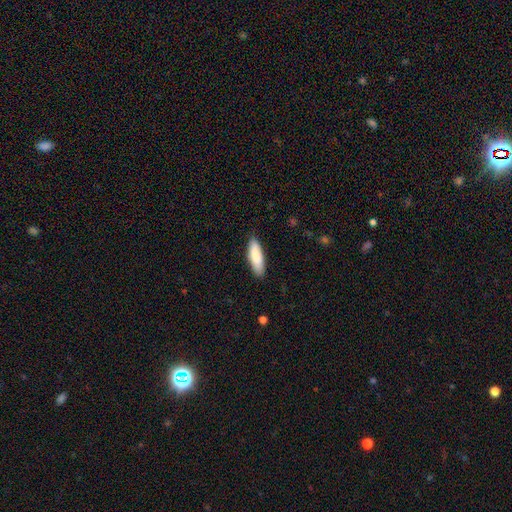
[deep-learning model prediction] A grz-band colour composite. It shows a smooth galaxy with no disk features (86%) that is in between round and cigar-shaped (53%). Merging: none (86%).